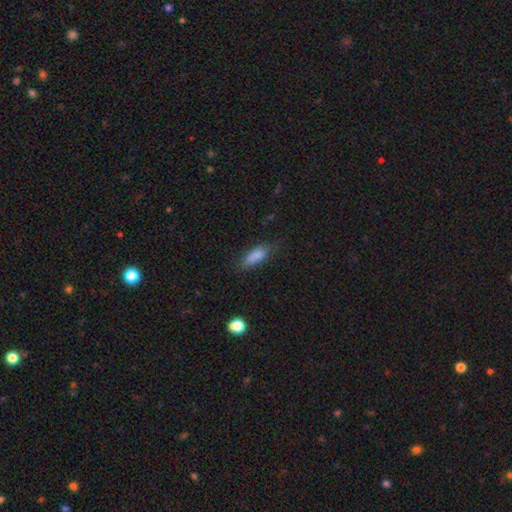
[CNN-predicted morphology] Smooth or featured: smooth — 82% (star or artifact — 9%)
How rounded: in between — 68% (cigar-shaped — 29%)
Merging: none — 67% (minor disturbance — 24%)